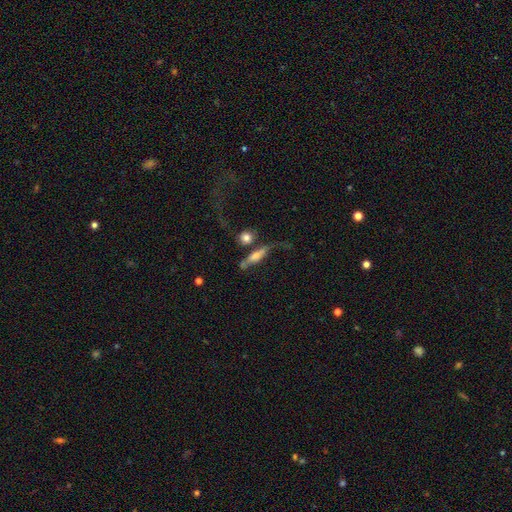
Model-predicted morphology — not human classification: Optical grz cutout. It shows a featured or disk galaxy (48%). Merging: none (34%).